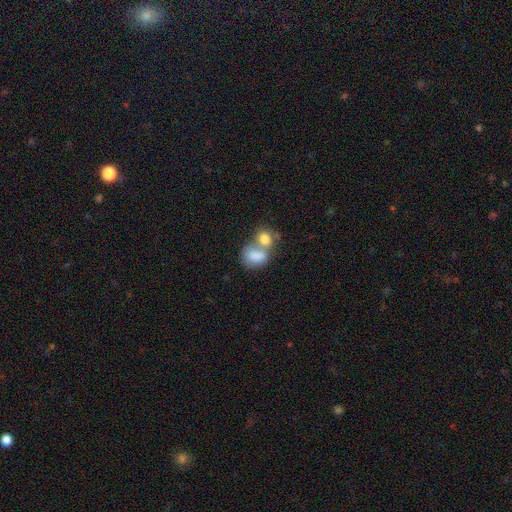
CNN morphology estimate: A smooth galaxy with no disk features (78%) that is in between round and cigar-shaped (70%).

Vote fractions:
- Smooth or featured? smooth: 78% / featured or disk: 14% / star or artifact: 8%
- How rounded? in between: 70% / round: 28% / cigar-shaped: 2%
- Merging? merger: 69% / none: 18% / minor disturbance: 7% / major disturbance: 6%